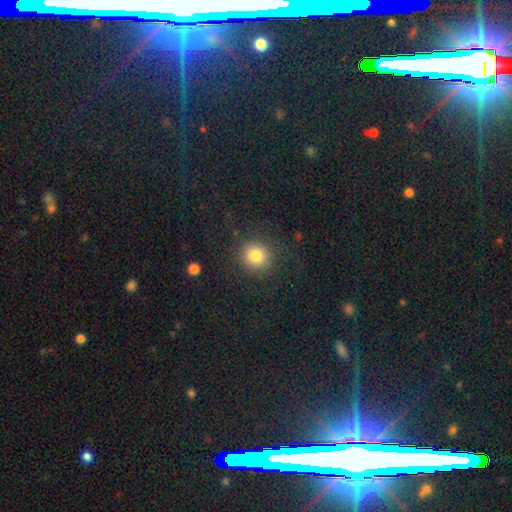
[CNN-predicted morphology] Q: Smooth or featured?
A: smooth (80%); runner-up: star or artifact (13%)
Q: How rounded?
A: round (91%); runner-up: in between (8%)
Q: Merging?
A: none (85%); runner-up: minor disturbance (8%)